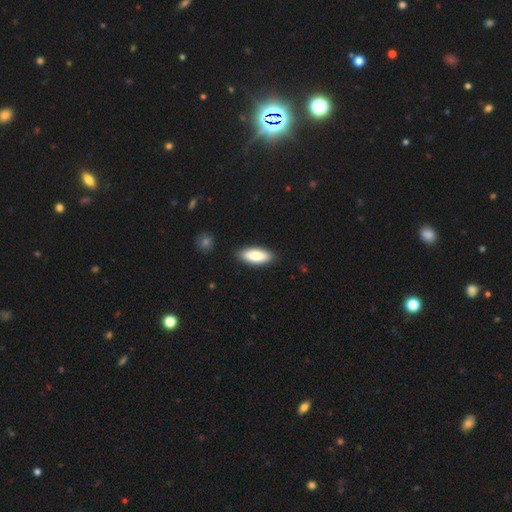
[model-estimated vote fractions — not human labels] smooth-or-featured: smooth: 83% | featured or disk: 12% | star or artifact: 6%
  how-rounded: in between: 77% | cigar-shaped: 21% | round: 2%
  merging: none: 88% | minor disturbance: 9% | major disturbance: 2% | merger: 1%